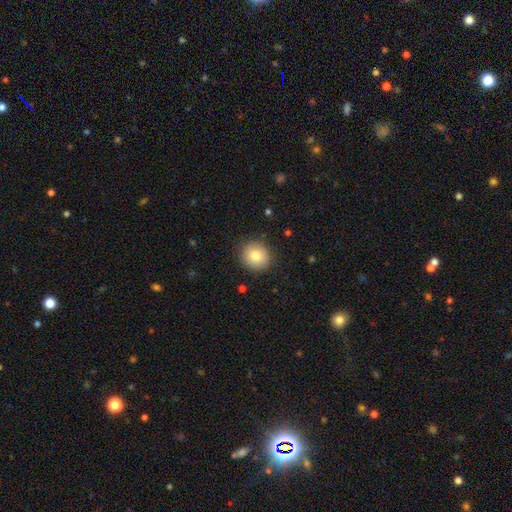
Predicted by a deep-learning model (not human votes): The model was most divided on "smooth or featured": smooth: 80%, featured or disk: 11%, star or artifact: 9%. More confident: merging — none (88%); how rounded — round (85%).